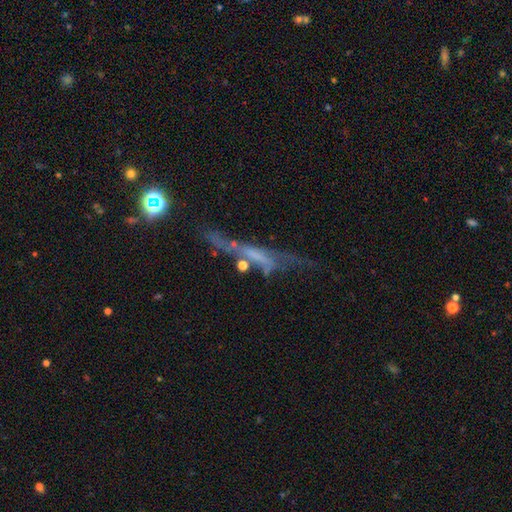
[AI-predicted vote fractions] A featured or disk galaxy (58%) viewed edge-on (63%). Merging: none (42%).